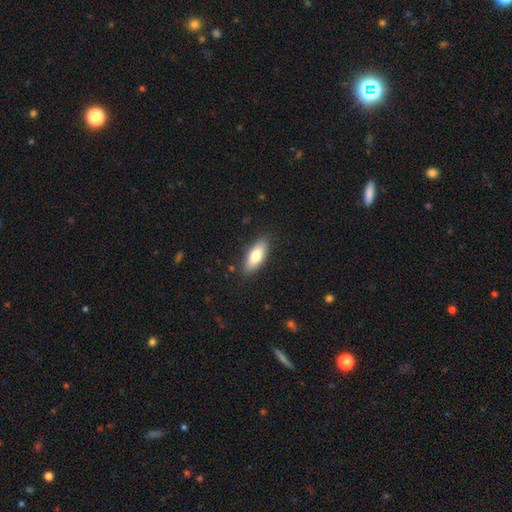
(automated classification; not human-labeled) Overall: smooth (74%). How rounded: in between (79%). Merging: none (87%).